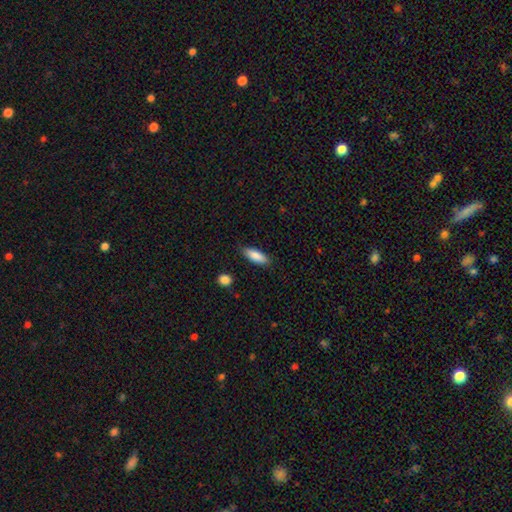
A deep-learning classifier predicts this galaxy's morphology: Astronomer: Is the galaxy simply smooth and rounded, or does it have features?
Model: smooth — 86%.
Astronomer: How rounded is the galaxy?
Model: in between — 60% (runner-up: cigar-shaped, 38%).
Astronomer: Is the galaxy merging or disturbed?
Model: none — 84%.